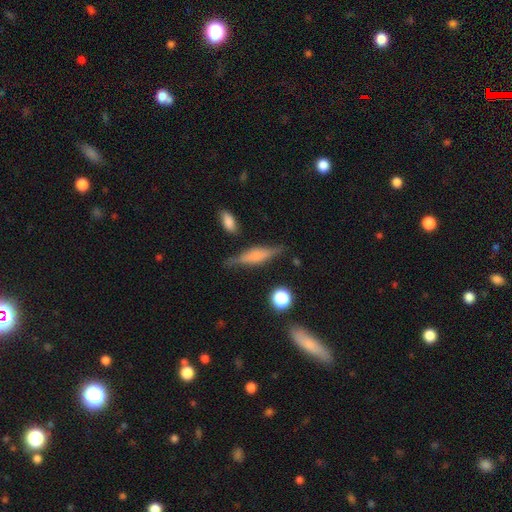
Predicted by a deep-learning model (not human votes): featured or disk 58%, smooth 34%, star or artifact 8%. Down the decision tree: edge-on disk — yes (94%); edge-on bulge — rounded (52%); merging — none (74%).